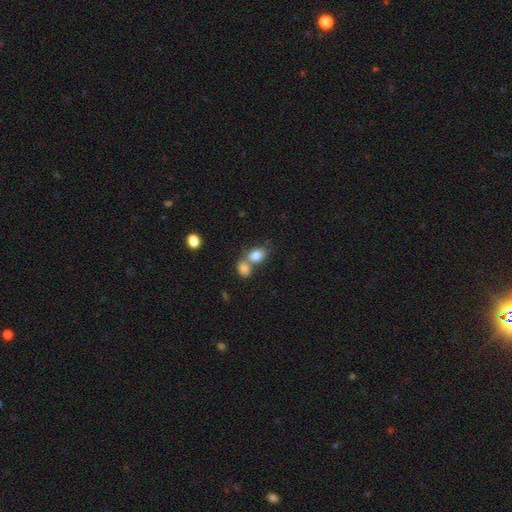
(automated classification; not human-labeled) A smooth galaxy with no disk features (82%) that is in between round and cigar-shaped (66%).

Vote fractions:
- Smooth or featured? smooth: 82% / star or artifact: 9% / featured or disk: 9%
- How rounded? in between: 66% / round: 32% / cigar-shaped: 1%
- Merging? merger: 50% / none: 36% / minor disturbance: 9% / major disturbance: 4%